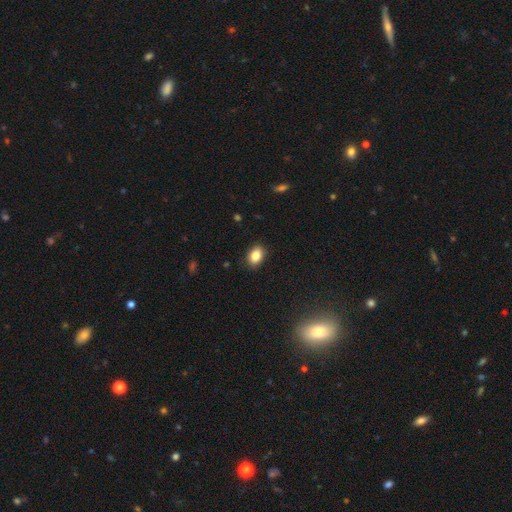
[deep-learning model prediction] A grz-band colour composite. It shows a smooth galaxy with no disk features (85%) that is in between round and cigar-shaped (79%). Merging: none (88%).